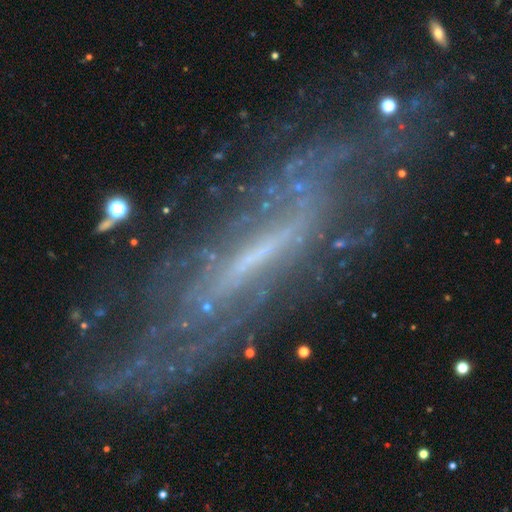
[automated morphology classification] smooth-or-featured: featured or disk: 81% | smooth: 9% | star or artifact: 9%
  disk-edge-on: no: 67% | yes: 33%
    bar: strong: 50% | weak: 31% | no: 19%
    has-spiral-arms: yes: 80% | no: 20%
    bulge-size: small: 38% | none: 35% | moderate: 22% | large: 4% | dominant: 2%
  merging: none: 56% | minor disturbance: 21% | major disturbance: 19% | merger: 4%